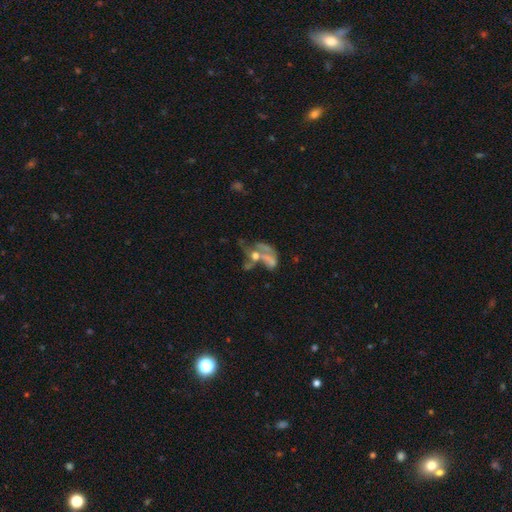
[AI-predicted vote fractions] smooth_or_featured: featured or disk (p=0.57) [alt: star or artifact p=0.22]
disk_edge_on: no (p=0.94) [alt: yes p=0.06]
bar: no (p=0.78) [alt: weak p=0.16]
has_spiral_arms: no (p=0.58) [alt: yes p=0.42]
bulge_size: moderate (p=0.33) [alt: small p=0.31]
merging: merger (p=0.44) [alt: major disturbance p=0.26]